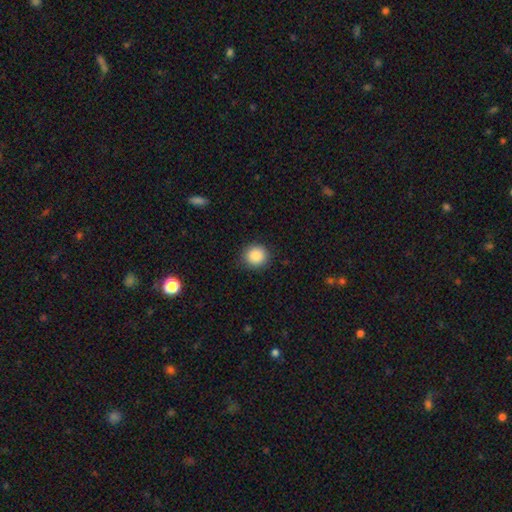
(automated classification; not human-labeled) Smooth or featured: smooth — 88% (star or artifact — 9%)
How rounded: round — 91% (in between — 8%)
Merging: none — 90% (minor disturbance — 7%)